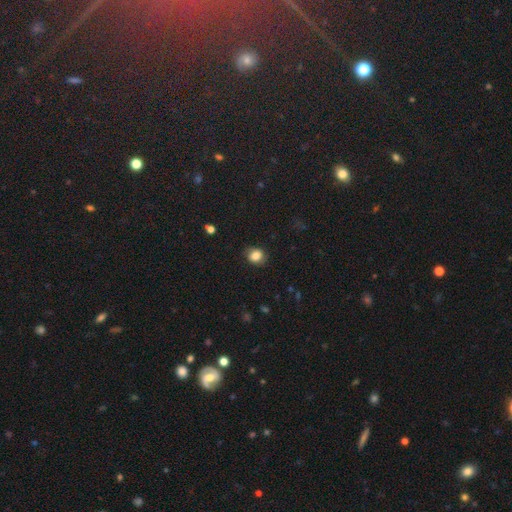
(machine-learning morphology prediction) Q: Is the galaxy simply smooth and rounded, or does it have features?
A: smooth — 82%.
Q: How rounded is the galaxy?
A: round — 68%.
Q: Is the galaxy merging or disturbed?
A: none — 81%.